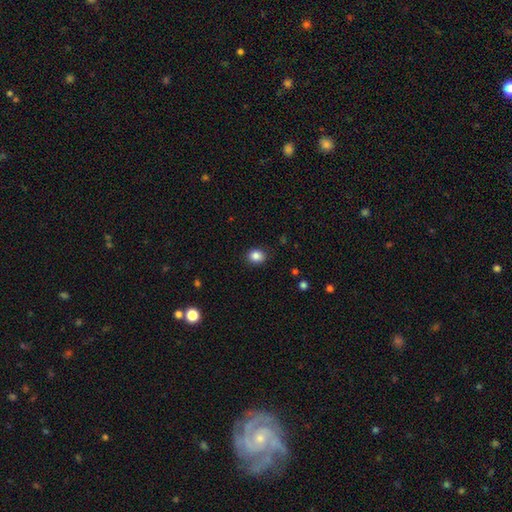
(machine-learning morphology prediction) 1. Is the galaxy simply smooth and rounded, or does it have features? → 86% smooth, 10% star or artifact, 4% featured or disk.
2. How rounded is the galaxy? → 63% round, 37% in between, 1% cigar-shaped.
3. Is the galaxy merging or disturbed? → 87% none, 9% minor disturbance, 2% major disturbance, 1% merger.